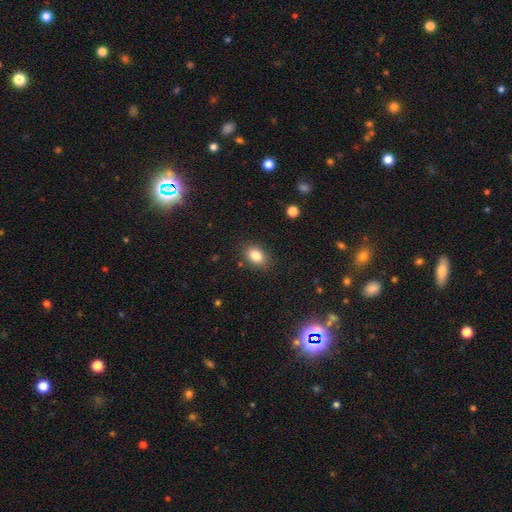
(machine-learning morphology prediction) Overall: smooth (84%). How rounded: in between (75%). Merging: none (85%).